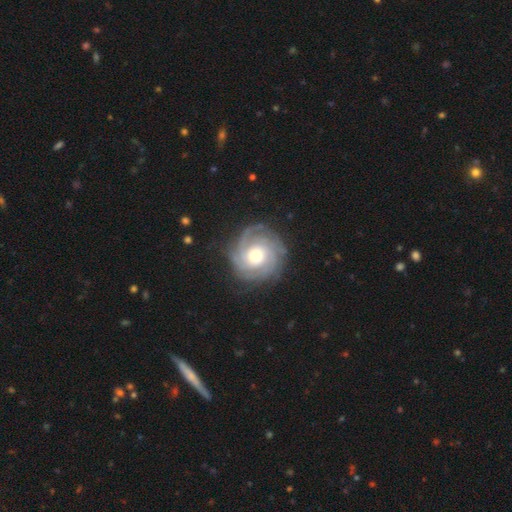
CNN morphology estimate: The model was most divided on "spiral arm count": 3: 27%, can't tell: 25%, 4: 18%, 2: 14%, more than 4: 9%, 1: 7%. More confident: edge-on disk — no (98%); spiral arms — yes (96%); smooth or featured — featured or disk (85%); merging — none (81%); bar — no (78%); spiral winding — tight (74%); bulge size — moderate (71%).